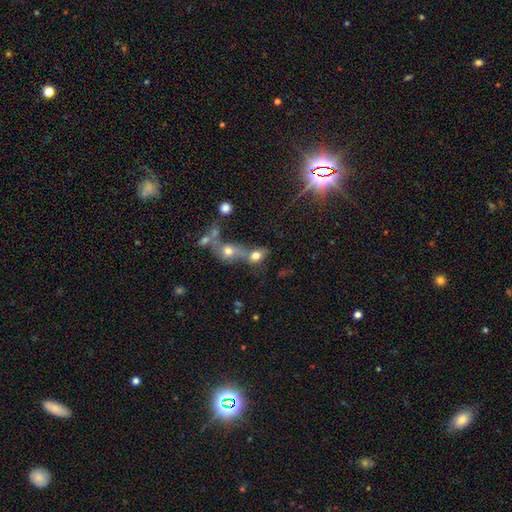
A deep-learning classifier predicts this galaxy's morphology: Smooth or featured? Predicted: smooth (p=0.69). How rounded? Predicted: in between (p=0.52). Merging? Predicted: merger (p=0.58).